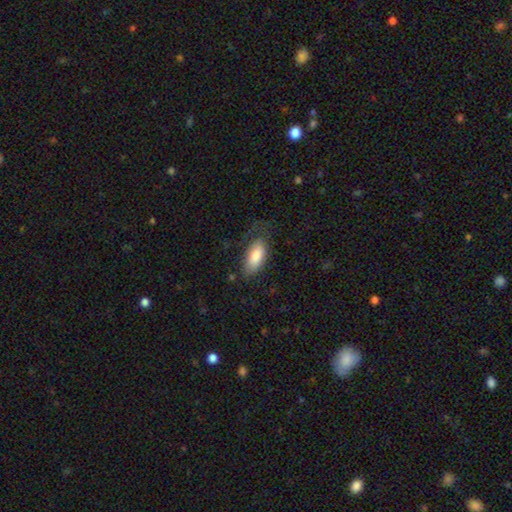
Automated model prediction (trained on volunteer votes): Smooth or featured?
  - smooth: 79% *
  - featured or disk: 16%
  - star or artifact: 6%
How rounded?
  - in between: 89% *
  - cigar-shaped: 9%
  - round: 2%
Merging?
  - none: 58% *
  - minor disturbance: 24%
  - major disturbance: 16%
  - merger: 2%